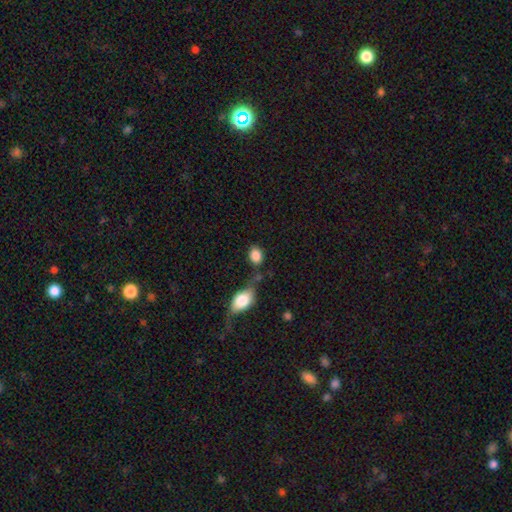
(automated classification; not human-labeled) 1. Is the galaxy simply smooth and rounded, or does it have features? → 86% smooth, 8% star or artifact, 6% featured or disk.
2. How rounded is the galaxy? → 73% in between, 25% round, 2% cigar-shaped.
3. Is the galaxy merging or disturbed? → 61% none, 18% merger, 15% minor disturbance, 6% major disturbance.